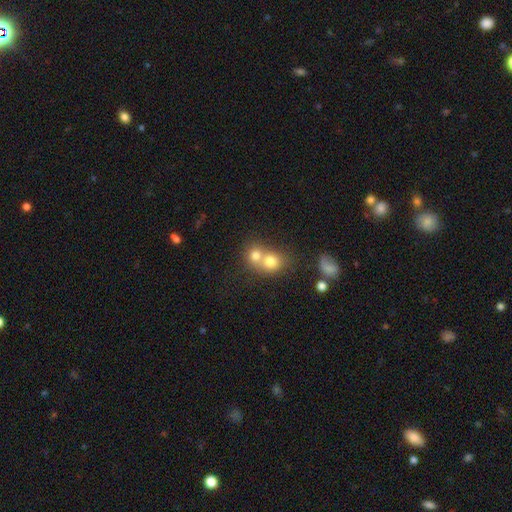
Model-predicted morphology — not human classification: Overall: smooth (74%). How rounded: round (78%). Merging: merger (64%; none 29%).